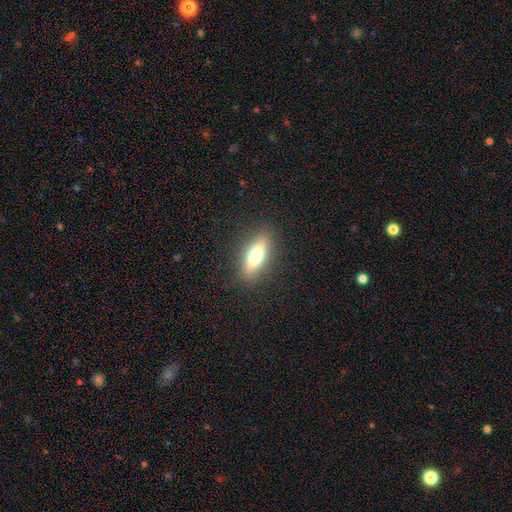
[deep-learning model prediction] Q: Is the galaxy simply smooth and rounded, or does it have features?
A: smooth — 63%.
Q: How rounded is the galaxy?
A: in between — 53%.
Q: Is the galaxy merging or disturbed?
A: none — 87%.